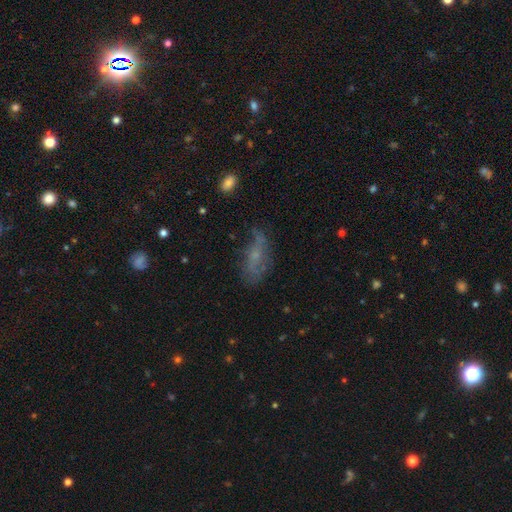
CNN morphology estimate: The model was most divided on "smooth or featured": featured or disk: 48%, smooth: 38%, star or artifact: 15%. More confident: merging — none (54%).